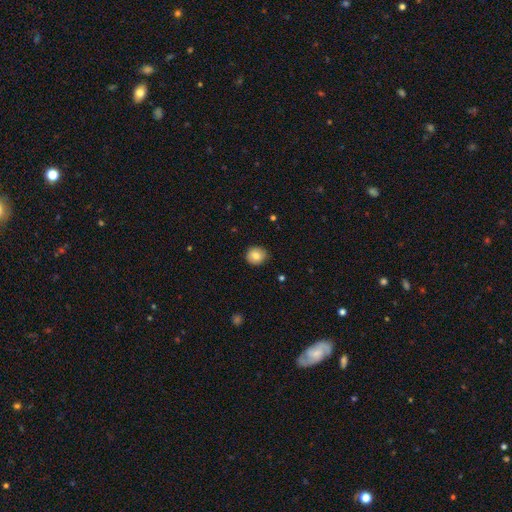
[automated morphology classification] Smooth or featured: smooth — 80% (featured or disk — 12%)
How rounded: round — 82% (in between — 17%)
Merging: none — 87% (minor disturbance — 10%)